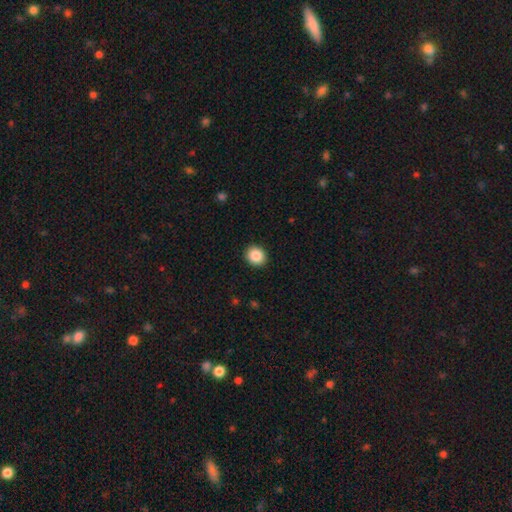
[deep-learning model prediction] This appears to be a smooth galaxy with no disk features (88%) that is round (76%). Merging: none (91%).